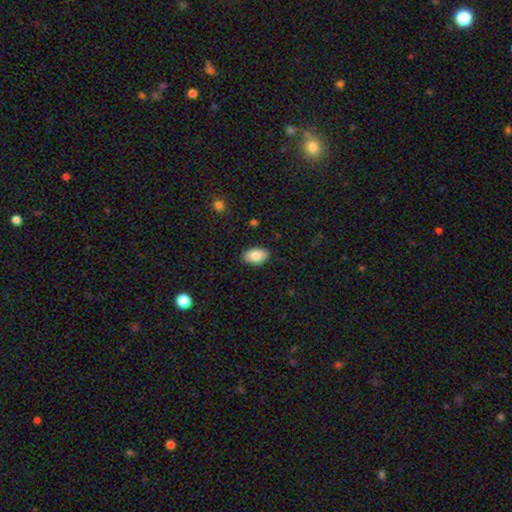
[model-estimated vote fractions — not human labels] Overall: smooth (82%). How rounded: in between (93%). Merging: none (87%).